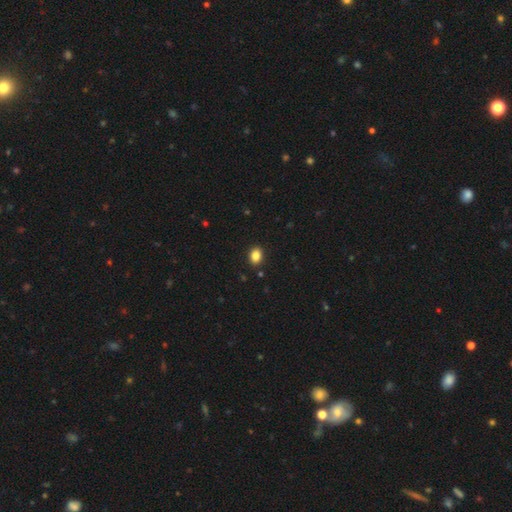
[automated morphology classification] type=smooth (86%); roundness=in between (69%); merging=none (90%).